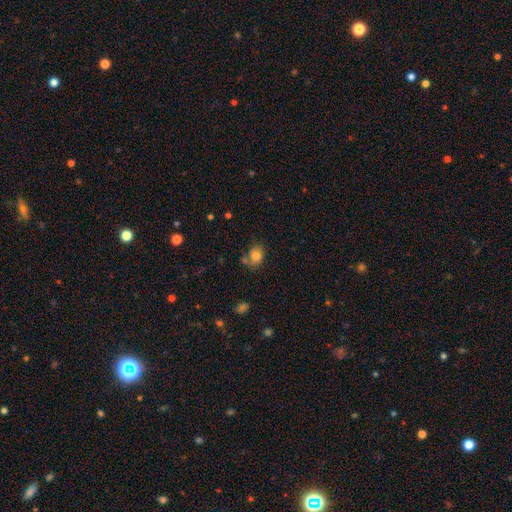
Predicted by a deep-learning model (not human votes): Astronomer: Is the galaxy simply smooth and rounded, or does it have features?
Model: smooth — 81%.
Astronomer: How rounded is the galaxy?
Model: in between — 52% (runner-up: round, 47%).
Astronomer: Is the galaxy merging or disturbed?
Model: none — 57%.